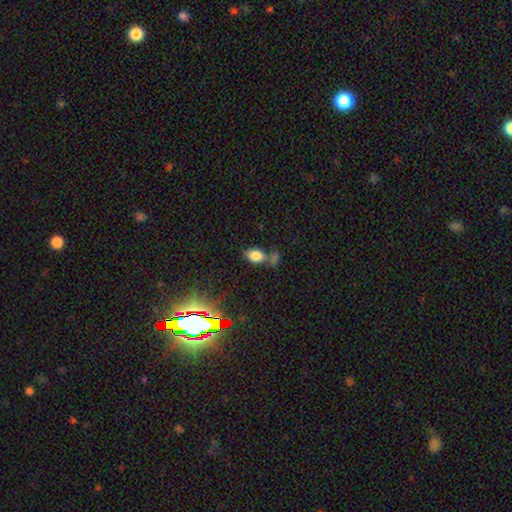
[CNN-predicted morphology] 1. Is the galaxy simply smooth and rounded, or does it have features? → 78% smooth, 13% star or artifact, 9% featured or disk.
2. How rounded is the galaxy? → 82% in between, 15% round, 2% cigar-shaped.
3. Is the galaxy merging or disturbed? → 47% none, 31% merger, 15% minor disturbance, 7% major disturbance.